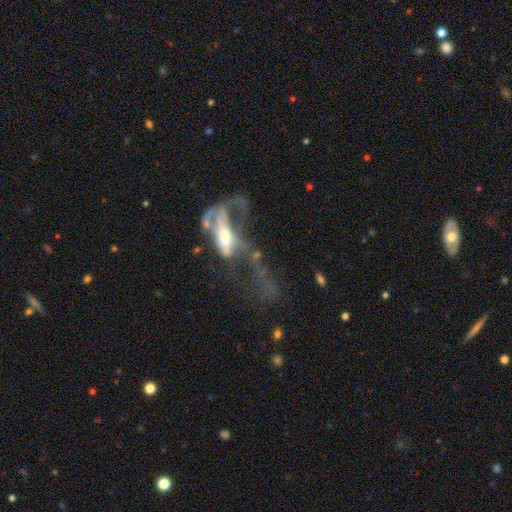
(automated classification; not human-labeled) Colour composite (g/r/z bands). It shows a featured or disk galaxy (65%) with no bar (55%), no spiral arms (62%) and a moderate central bulge (51%). Merging: major disturbance (58%).